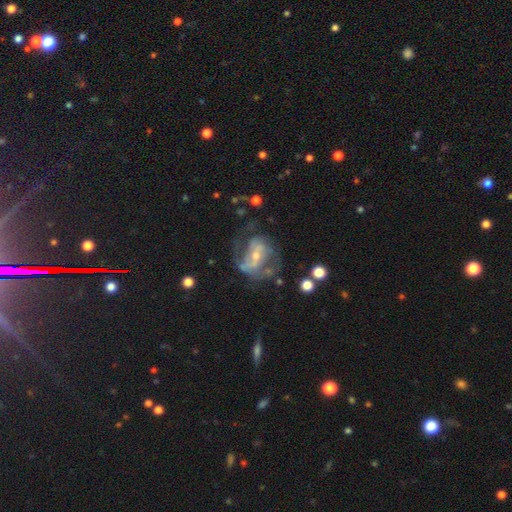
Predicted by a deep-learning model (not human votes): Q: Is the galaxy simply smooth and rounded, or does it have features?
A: featured or disk — 78%.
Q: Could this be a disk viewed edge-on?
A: no — 96%.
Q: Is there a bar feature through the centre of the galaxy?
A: weak — 41%.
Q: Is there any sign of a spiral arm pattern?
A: yes — 82%.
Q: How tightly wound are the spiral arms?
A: medium — 45%.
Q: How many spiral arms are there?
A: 2 — 52%.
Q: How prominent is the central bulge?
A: small — 60%.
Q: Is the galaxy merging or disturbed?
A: none — 50%.